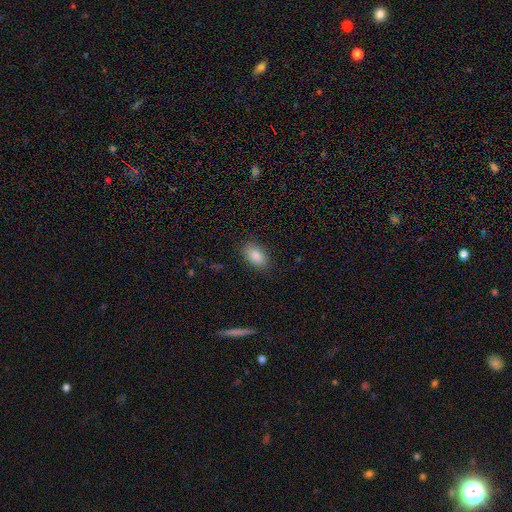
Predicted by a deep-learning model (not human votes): The model was most divided on "merging": none: 83%, minor disturbance: 12%, major disturbance: 3%, merger: 1%. More confident: how rounded — in between (91%); smooth or featured — smooth (87%).